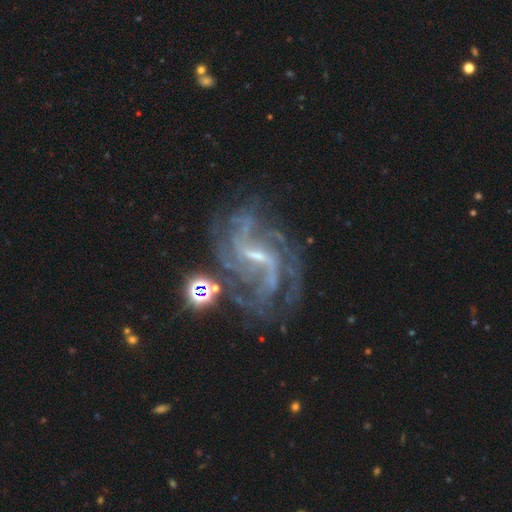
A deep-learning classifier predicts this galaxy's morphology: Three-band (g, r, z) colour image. It shows a featured or disk galaxy (87%) with a weak bar (50%), 2 (26%) medium (46%) spiral arms (96%) and a small central bulge (67%). Merging: none (60%).